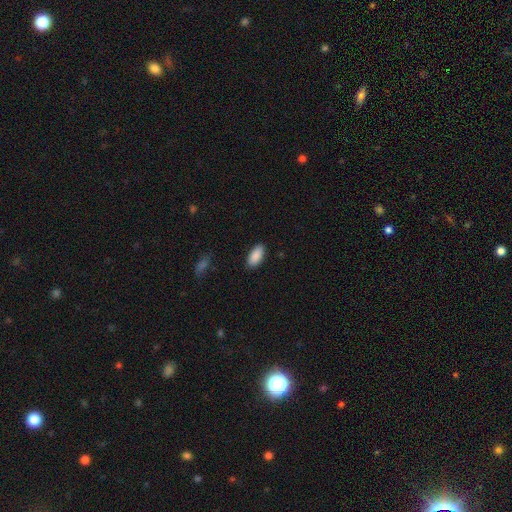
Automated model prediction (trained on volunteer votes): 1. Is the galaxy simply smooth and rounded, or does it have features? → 90% smooth, 6% star or artifact, 4% featured or disk.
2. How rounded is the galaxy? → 89% in between, 9% cigar-shaped, 2% round.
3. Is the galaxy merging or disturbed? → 88% none, 9% minor disturbance, 2% major disturbance, 1% merger.